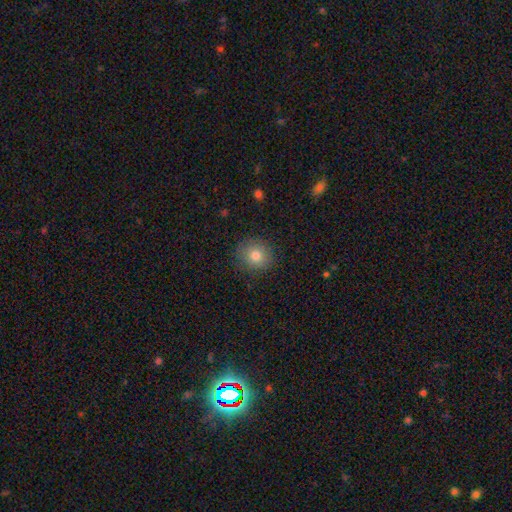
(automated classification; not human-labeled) Q: Smooth or featured?
A: smooth (80%); runner-up: star or artifact (11%)
Q: How rounded?
A: round (84%); runner-up: in between (15%)
Q: Merging?
A: none (87%); runner-up: minor disturbance (9%)